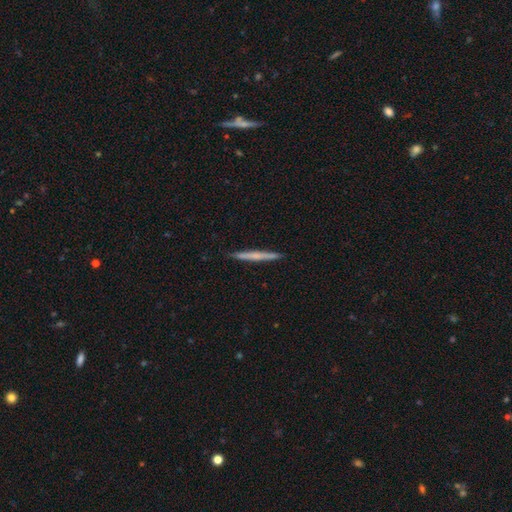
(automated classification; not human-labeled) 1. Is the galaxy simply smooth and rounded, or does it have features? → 49% smooth, 46% featured or disk, 6% star or artifact.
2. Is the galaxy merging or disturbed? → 92% none, 5% minor disturbance, 1% major disturbance, 1% merger.